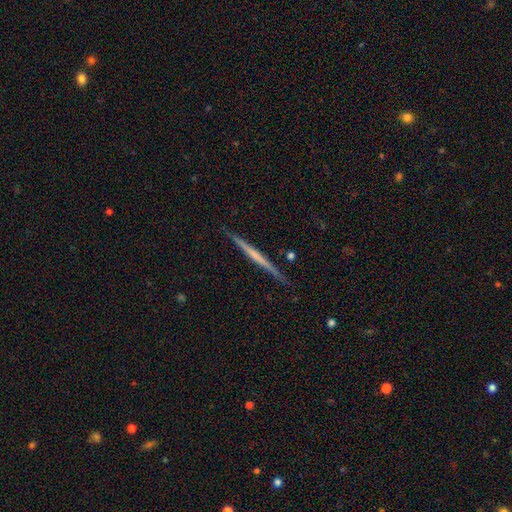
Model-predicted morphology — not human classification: Smooth or featured?
  - featured or disk: 62% *
  - smooth: 32%
  - star or artifact: 5%
Edge-on disk?
  - yes: 98% *
  - no: 2%
Edge-on bulge?
  - none: 79% *
  - rounded: 14%
  - boxy: 8%
Merging?
  - none: 90% *
  - minor disturbance: 7%
  - major disturbance: 1%
  - merger: 1%